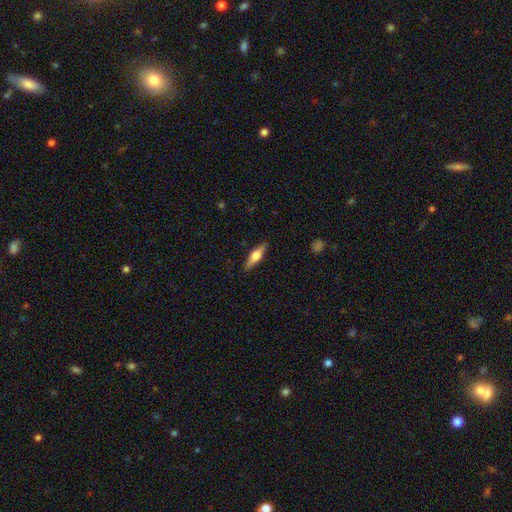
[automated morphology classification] Q: Smooth or featured?
A: featured or disk (54%); runner-up: smooth (40%)
Q: Edge-on disk?
A: yes (95%); runner-up: no (5%)
Q: Edge-on bulge?
A: rounded (91%); runner-up: boxy (7%)
Q: Merging?
A: none (88%); runner-up: minor disturbance (9%)